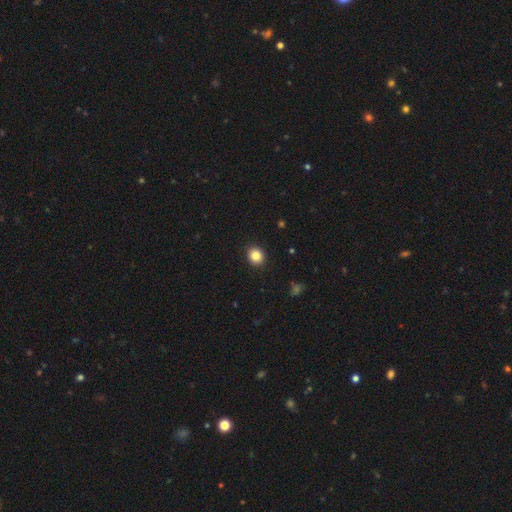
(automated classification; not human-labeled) A smooth galaxy with no disk features (85%) that is round (78%). Merging: none (91%).